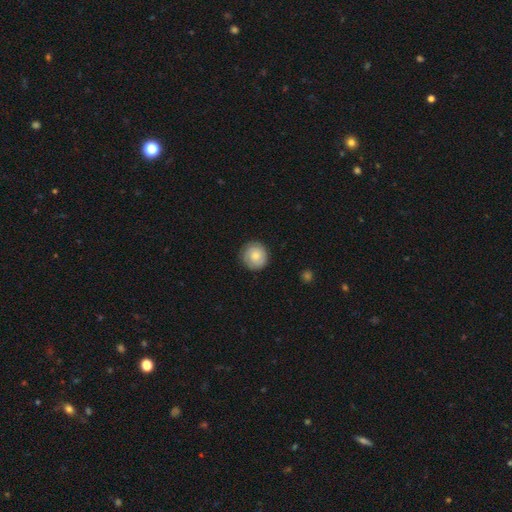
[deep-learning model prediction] Q: Smooth or featured?
A: smooth (72%); runner-up: featured or disk (21%)
Q: How rounded?
A: round (91%); runner-up: in between (8%)
Q: Merging?
A: none (85%); runner-up: minor disturbance (11%)